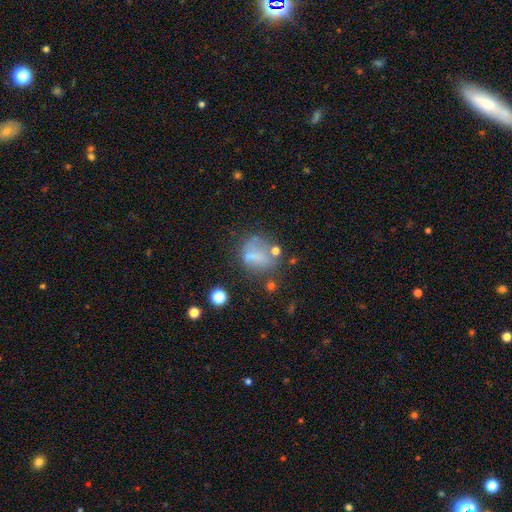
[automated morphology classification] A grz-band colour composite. It shows a smooth galaxy with no disk features (54%) that is round (52%). Merging: none (41%).